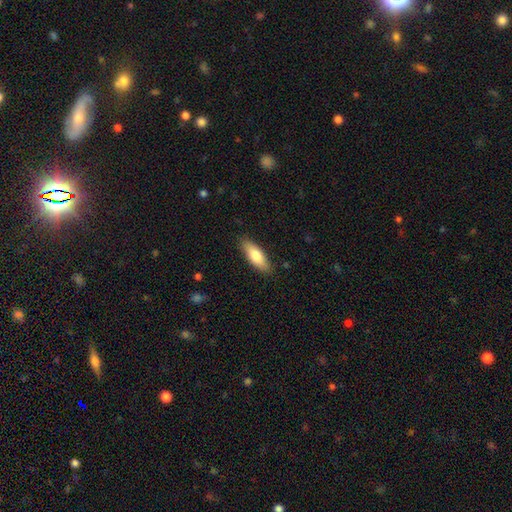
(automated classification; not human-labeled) This appears to be a smooth galaxy with no disk features (75%) that is in between round and cigar-shaped (66%). Merging: none (87%).